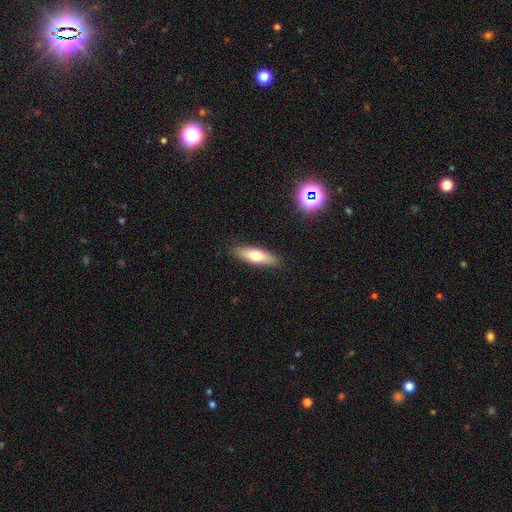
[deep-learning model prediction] This appears to be a smooth galaxy with no disk features (66%) that is cigar-shaped (50%). Merging: none (88%).